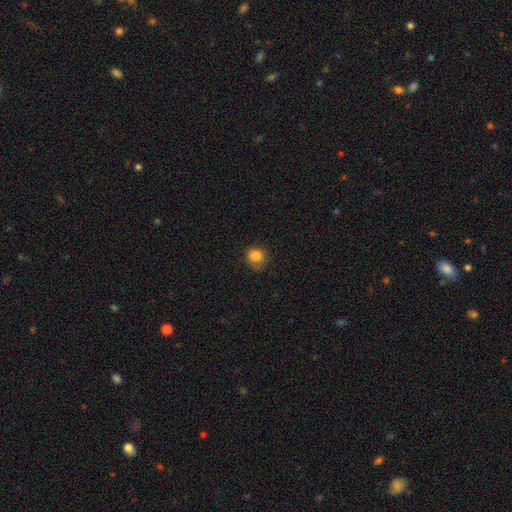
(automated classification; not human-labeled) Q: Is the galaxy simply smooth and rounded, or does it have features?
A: smooth — 83%.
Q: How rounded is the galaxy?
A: round — 85%.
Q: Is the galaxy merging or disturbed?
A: none — 72%.